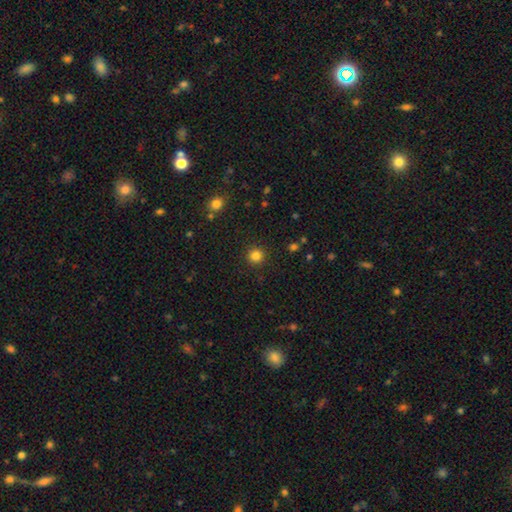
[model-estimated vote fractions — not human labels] Smooth or featured? Predicted: smooth (p=0.83). How rounded? Predicted: round (p=0.94). Merging? Predicted: none (p=0.91).